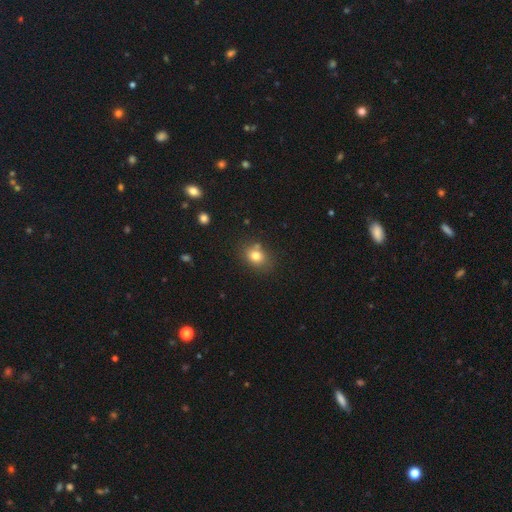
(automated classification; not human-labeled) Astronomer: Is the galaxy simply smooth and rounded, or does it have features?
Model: smooth — 79%.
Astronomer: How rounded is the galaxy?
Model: in between — 51% (runner-up: round, 48%).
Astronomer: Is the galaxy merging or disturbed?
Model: none — 72%.